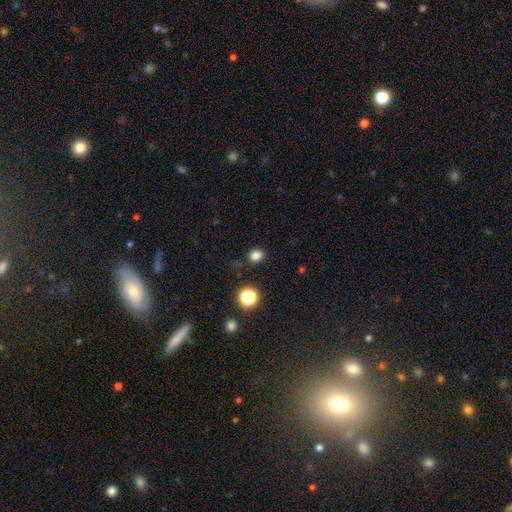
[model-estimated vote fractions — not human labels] Smooth or featured? Predicted: smooth (p=0.81). How rounded? Predicted: round (p=0.68). Merging? Predicted: none (p=0.86).